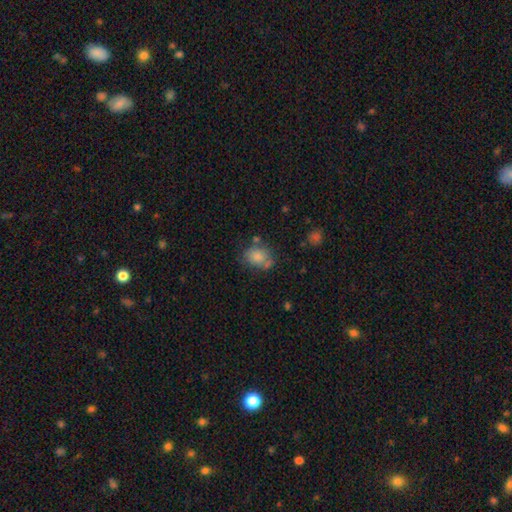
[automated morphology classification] Smooth or featured? Predicted: smooth (p=0.77). How rounded? Predicted: in between (p=0.53). Merging? Predicted: none (p=0.58).